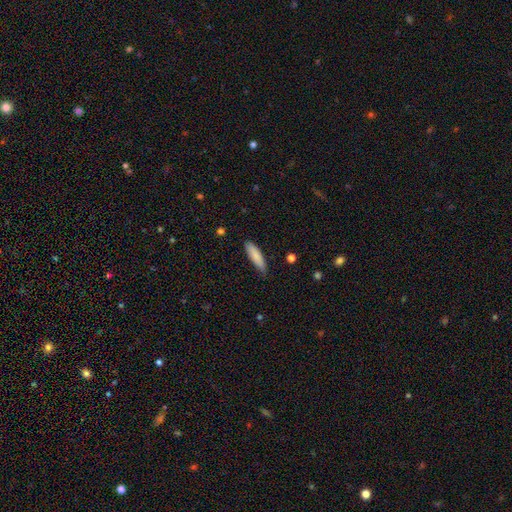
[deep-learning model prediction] The model was most divided on "how rounded": cigar-shaped: 67%, in between: 32%, round: 1%. More confident: smooth or featured — smooth (86%); merging — none (81%).